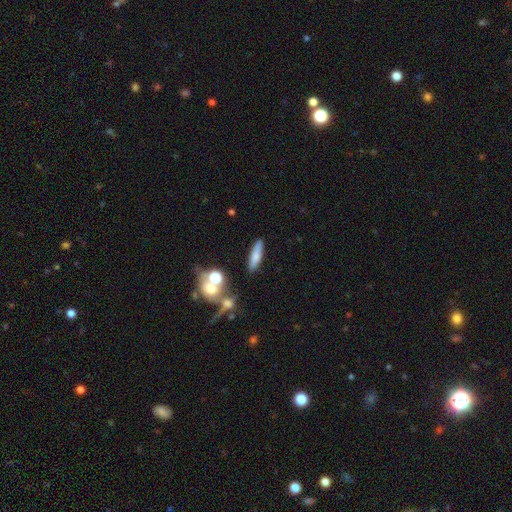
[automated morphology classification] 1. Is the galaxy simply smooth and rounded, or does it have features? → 70% smooth, 20% featured or disk, 10% star or artifact.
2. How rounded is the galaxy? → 71% cigar-shaped, 25% in between, 4% round.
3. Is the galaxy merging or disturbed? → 82% none, 9% minor disturbance, 5% merger, 3% major disturbance.